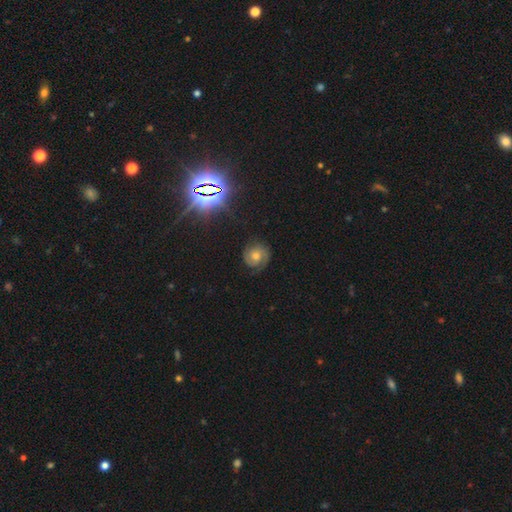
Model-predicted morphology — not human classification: Smooth or featured? featured or disk (71%)
Edge-on disk? no (98%)
Bar? no (70%)
Spiral arms? yes (95%)
Spiral winding? tight (61%)
Spiral arm count? 2 (75%)
Bulge size? moderate (61%)
Merging? none (80%)